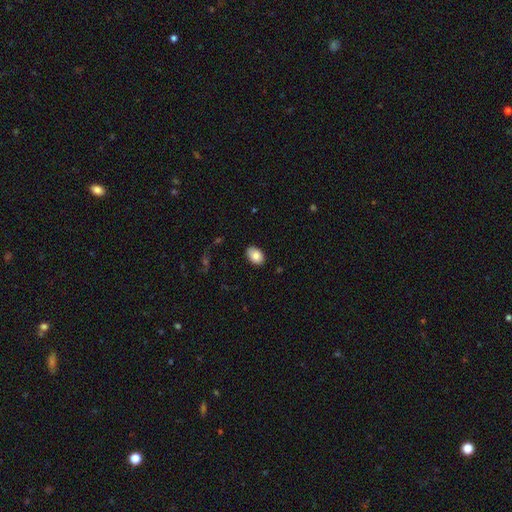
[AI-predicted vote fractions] This is clearly a smooth galaxy (83%). How rounded: clearly in between (87%). Merging: clearly none (85%).